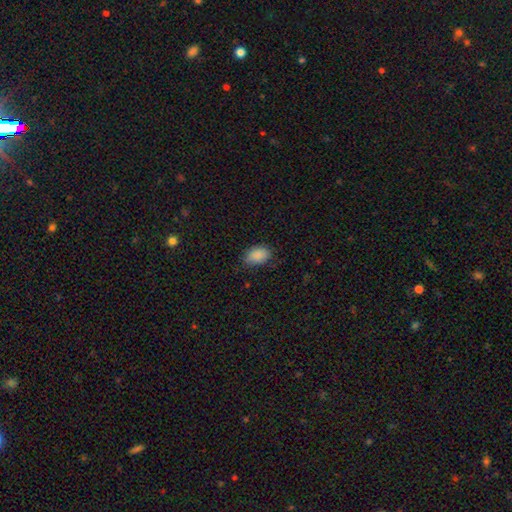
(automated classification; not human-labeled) Morphology: type=smooth (88%); roundness=in between (88%); merging=none (77%).